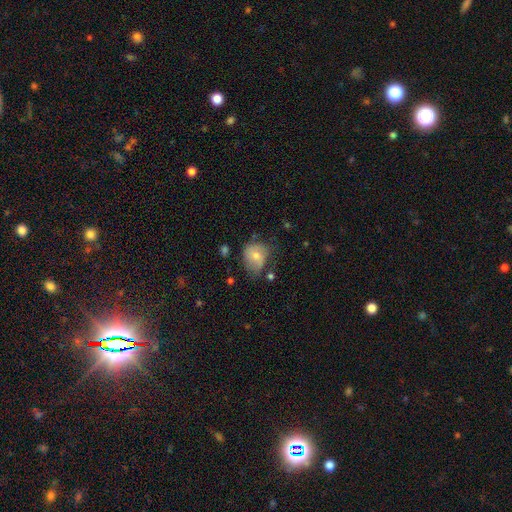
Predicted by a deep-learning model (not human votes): Smooth or featured: smooth — 63% (featured or disk — 28%)
How rounded: round — 54% (in between — 45%)
Merging: none — 41% (minor disturbance — 36%)